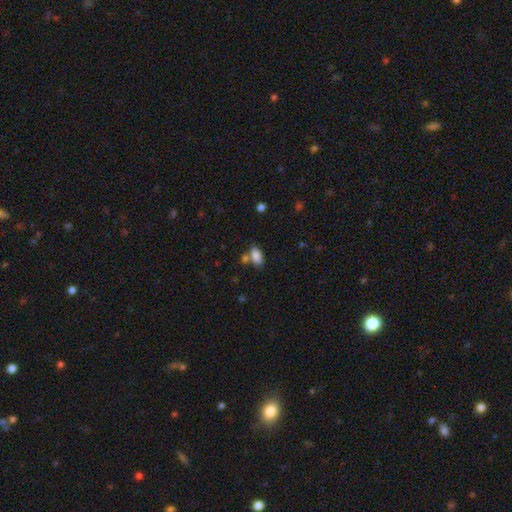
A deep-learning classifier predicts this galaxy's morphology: Overall: smooth (85%). How rounded: in between (92%). Merging: none (60%; merger 21%).